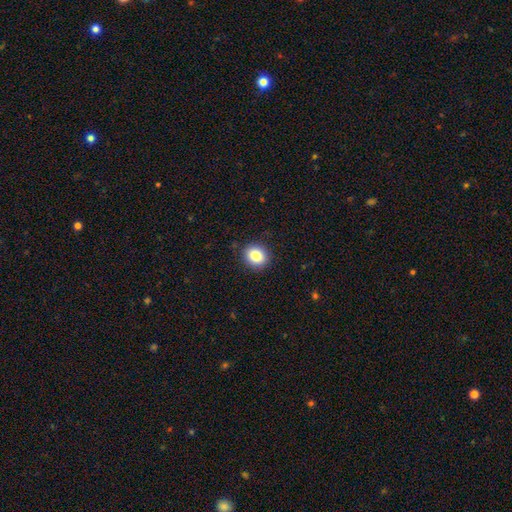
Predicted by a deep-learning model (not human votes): Overall: smooth (84%). How rounded: round (79%). Merging: none (90%).